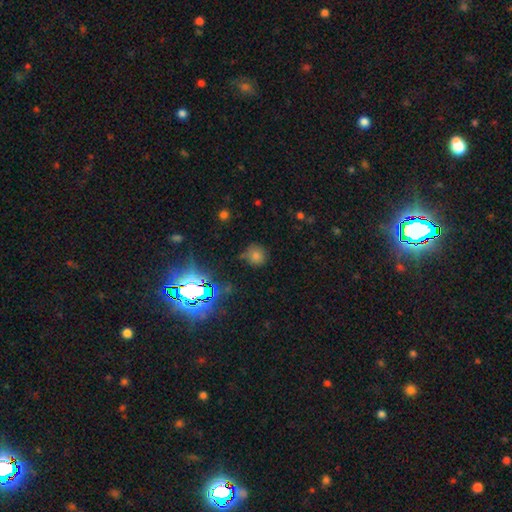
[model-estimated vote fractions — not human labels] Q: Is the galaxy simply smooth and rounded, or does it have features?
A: star or artifact — 48%.